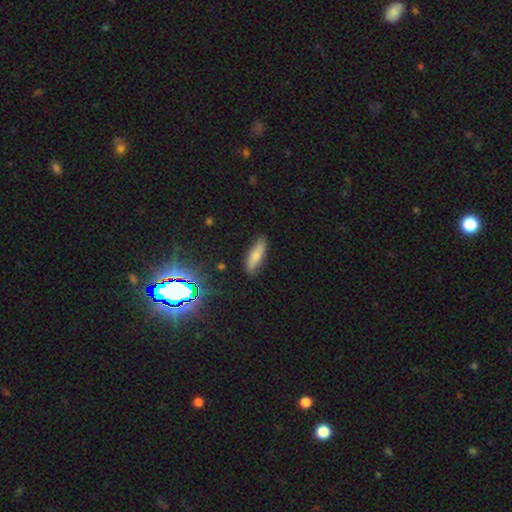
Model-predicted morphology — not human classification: The model was most divided on "how rounded": in between: 51%, cigar-shaped: 46%, round: 3%. More confident: merging — none (82%); smooth or featured — smooth (70%).